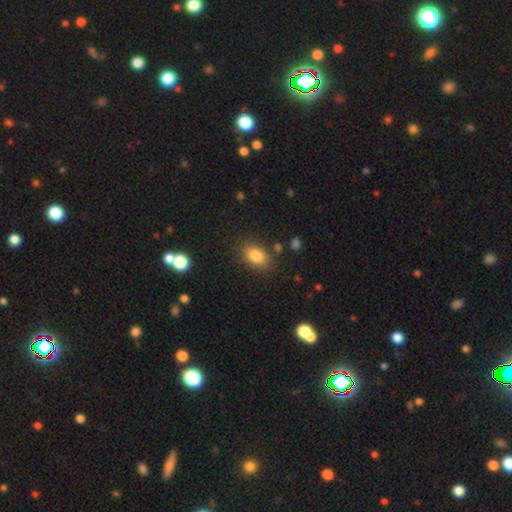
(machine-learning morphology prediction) A smooth galaxy with no disk features (84%) that is in between round and cigar-shaped (81%).

Vote fractions:
- Smooth or featured? smooth: 84% / star or artifact: 9% / featured or disk: 7%
- How rounded? in between: 81% / round: 17% / cigar-shaped: 1%
- Merging? none: 82% / minor disturbance: 11% / major disturbance: 4% / merger: 3%